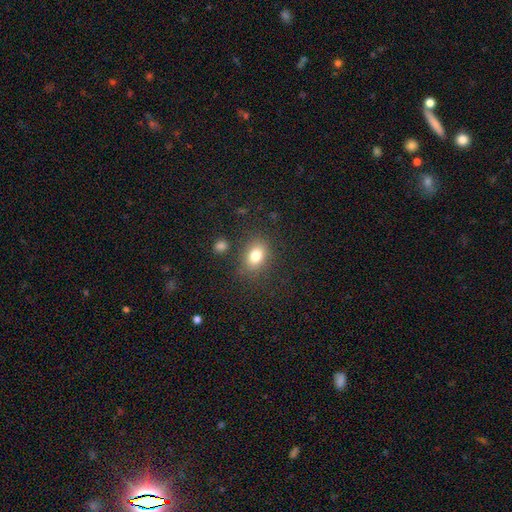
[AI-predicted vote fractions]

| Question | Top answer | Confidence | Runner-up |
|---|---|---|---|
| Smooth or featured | smooth | 80% | star or artifact (11%) |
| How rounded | in between | 66% | round (33%) |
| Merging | none | 80% | minor disturbance (12%) |